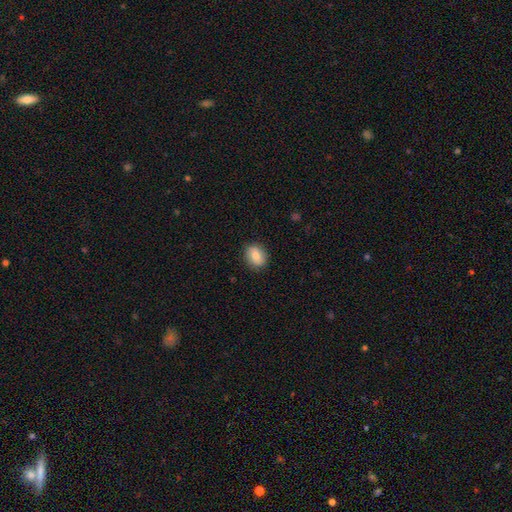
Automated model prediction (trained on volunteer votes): smooth_or_featured: smooth (p=0.81) [alt: featured or disk p=0.11]
how_rounded: round (p=0.54) [alt: in between p=0.45]
merging: none (p=0.88) [alt: minor disturbance p=0.09]